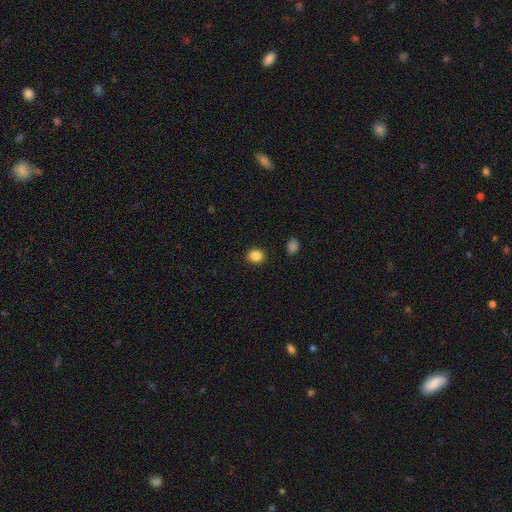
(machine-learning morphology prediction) Smooth or featured? Predicted: smooth (p=0.86). How rounded? Predicted: round (p=0.63). Merging? Predicted: none (p=0.90).